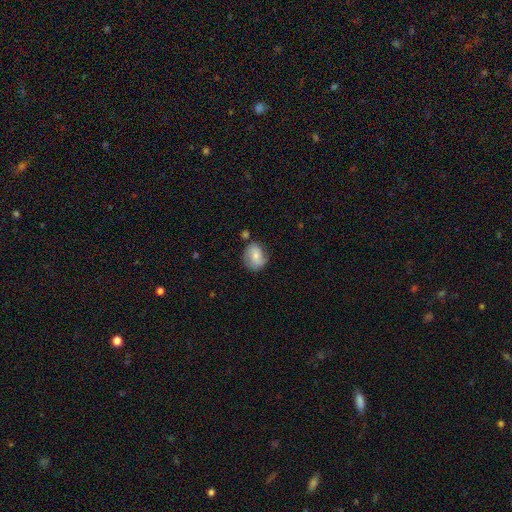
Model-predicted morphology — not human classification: smooth 65%, featured or disk 27%, star or artifact 8%. Down the decision tree: how rounded — round (55%); merging — none (64%).